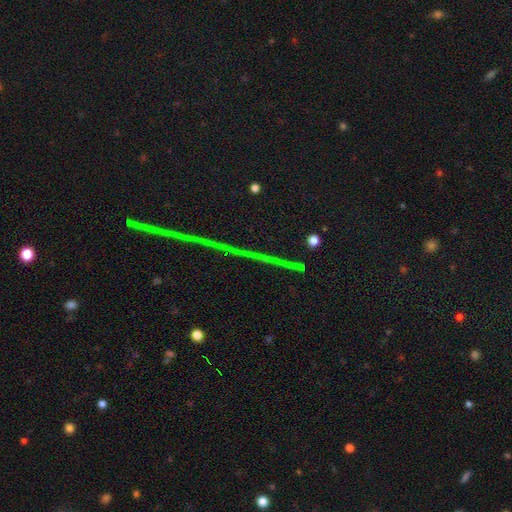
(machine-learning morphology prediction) Smooth or featured? star or artifact (81%)